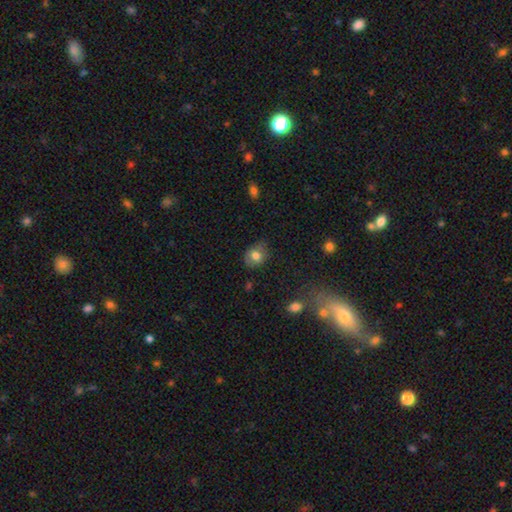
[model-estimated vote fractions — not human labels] smooth_or_featured: smooth (p=0.77) [alt: featured or disk p=0.14]
how_rounded: round (p=0.55) [alt: in between p=0.44]
merging: none (p=0.70) [alt: minor disturbance p=0.23]